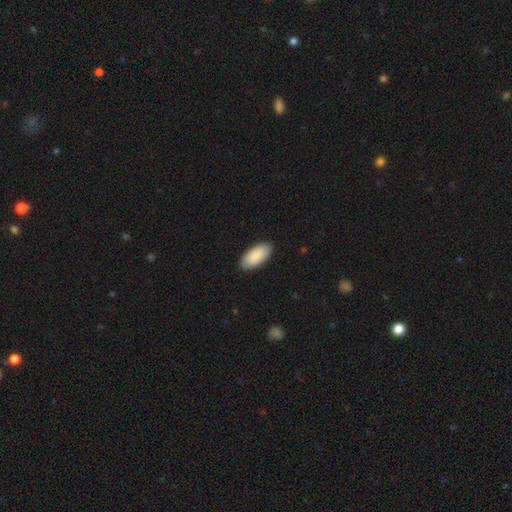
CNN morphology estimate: Smooth or featured?
  - smooth: 89% *
  - featured or disk: 6%
  - star or artifact: 5%
How rounded?
  - in between: 94% *
  - cigar-shaped: 5%
  - round: 2%
Merging?
  - none: 88% *
  - minor disturbance: 9%
  - major disturbance: 2%
  - merger: 1%